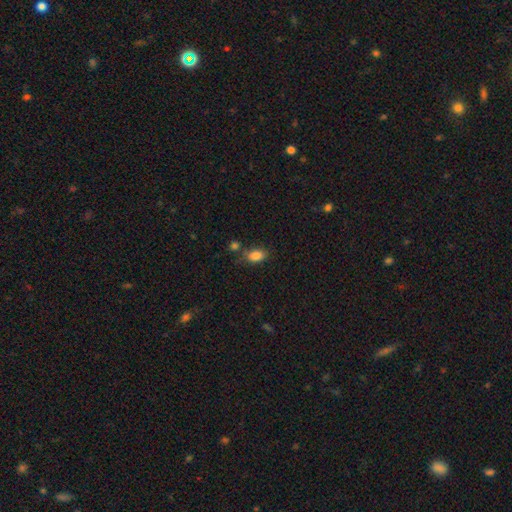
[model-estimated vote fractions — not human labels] Morphology: type=smooth (85%); roundness=in between (88%); merging=none (69%).